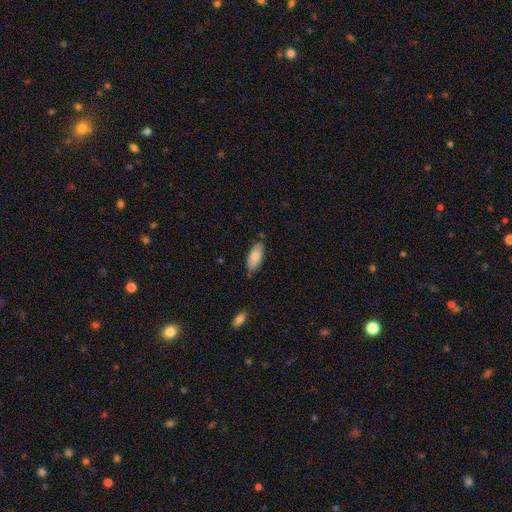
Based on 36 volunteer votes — Volunteers were most divided on "how rounded": in between: 81%, cigar-shaped: 19%, round: 0%. More confident: smooth or featured — smooth (86%); merging — none (86%).